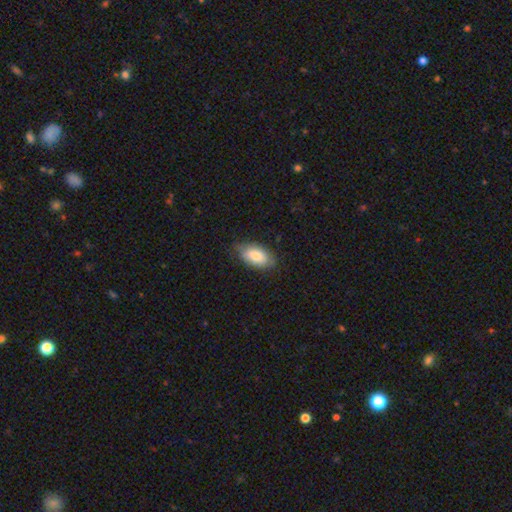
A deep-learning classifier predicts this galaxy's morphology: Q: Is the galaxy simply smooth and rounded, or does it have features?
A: smooth — 78%.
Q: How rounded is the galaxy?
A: in between — 93%.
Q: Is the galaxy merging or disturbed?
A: none — 74%.